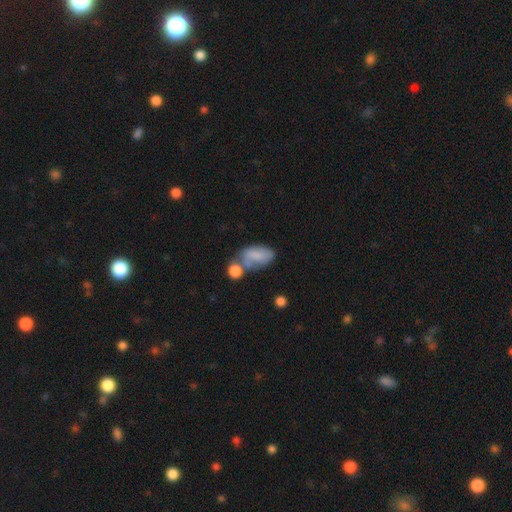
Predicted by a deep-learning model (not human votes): A smooth galaxy with no disk features (67%) that is in between round and cigar-shaped (90%). Merging: merger (34%).